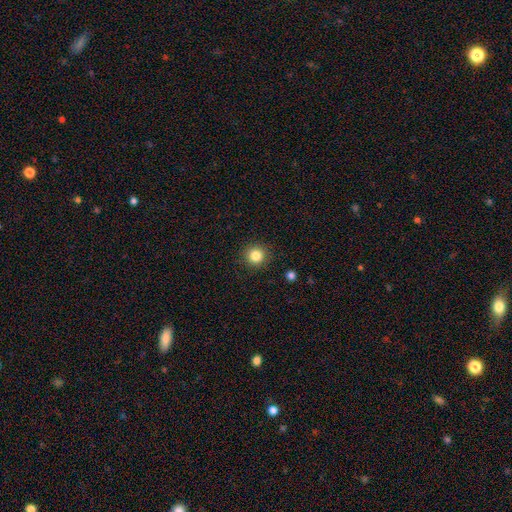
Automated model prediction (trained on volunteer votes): smooth-or-featured: smooth: 84% | star or artifact: 11% | featured or disk: 5%
  how-rounded: round: 93% | in between: 6% | cigar-shaped: 1%
  merging: none: 91% | minor disturbance: 6% | major disturbance: 2% | merger: 1%